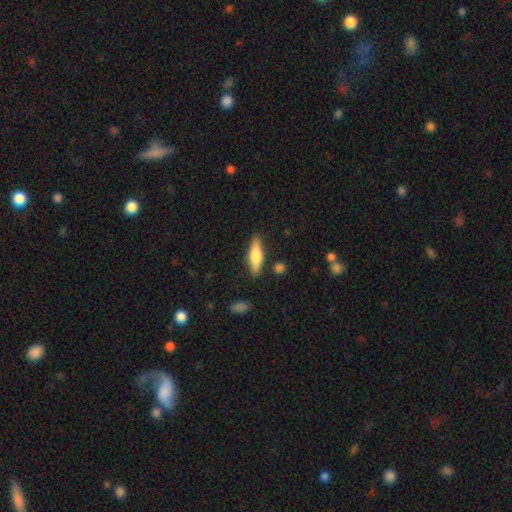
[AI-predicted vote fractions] This appears to be a smooth galaxy with no disk features (62%) that is cigar-shaped (56%). Merging: none (83%).